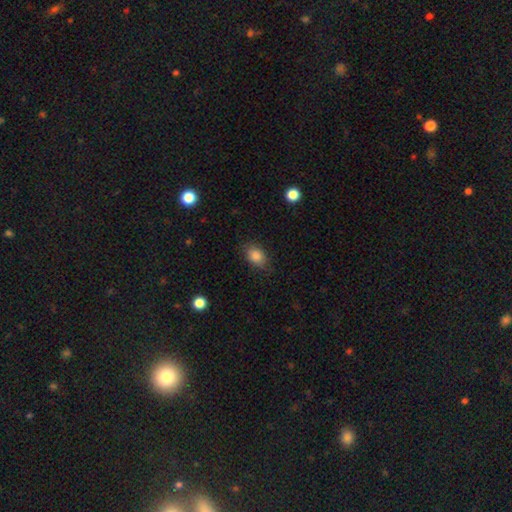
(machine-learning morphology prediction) A smooth galaxy with no disk features (86%) that is in between round and cigar-shaped (78%). Merging: none (78%).